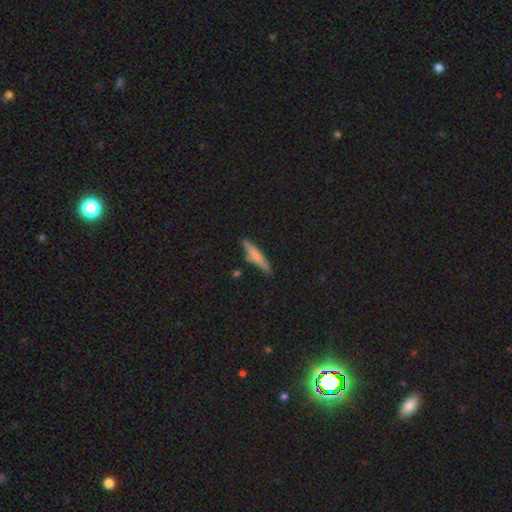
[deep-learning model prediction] Smooth or featured? Predicted: smooth (p=0.61). How rounded? Predicted: cigar-shaped (p=0.87). Merging? Predicted: none (p=0.77).